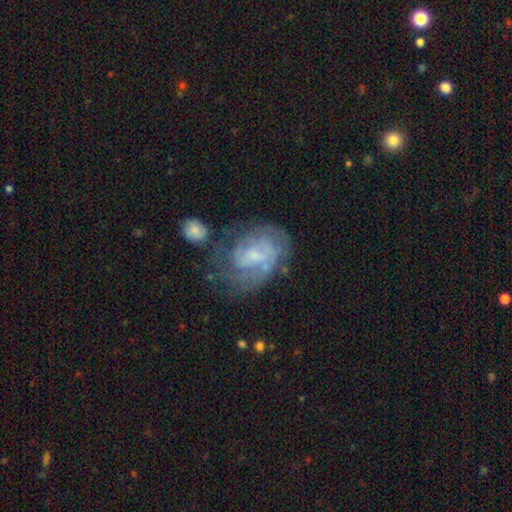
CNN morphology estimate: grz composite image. It shows a featured or disk galaxy (72%) with a weak bar (47%), tight (52%) spiral arms (83%) and a small central bulge (60%). Merging: none (49%).